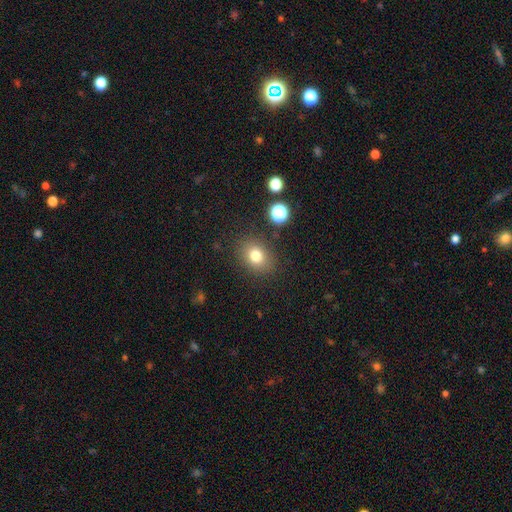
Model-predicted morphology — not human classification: smooth-or-featured: smooth: 78% | star or artifact: 13% | featured or disk: 9%
  how-rounded: round: 52% | in between: 47% | cigar-shaped: 1%
  merging: none: 84% | minor disturbance: 10% | major disturbance: 4% | merger: 2%